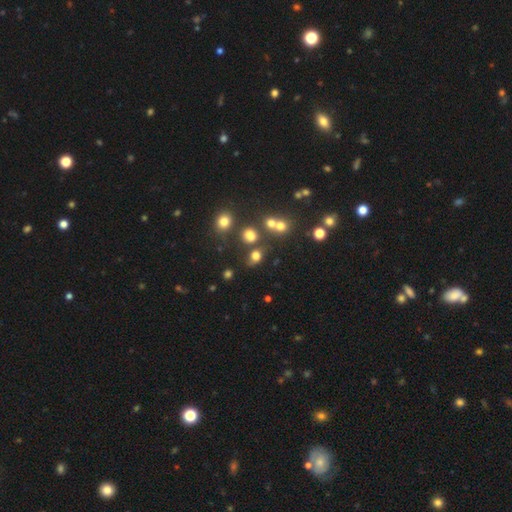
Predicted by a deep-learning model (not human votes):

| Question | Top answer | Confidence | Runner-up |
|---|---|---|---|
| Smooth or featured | smooth | 70% | star or artifact (19%) |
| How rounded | round | 54% | in between (44%) |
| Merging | none | 58% | minor disturbance (17%) |